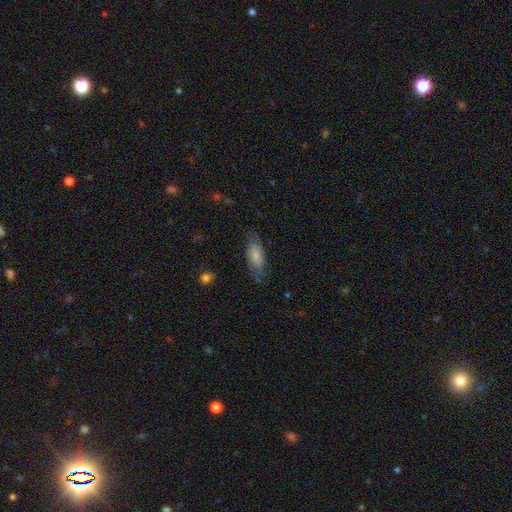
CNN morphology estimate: This appears to be a smooth galaxy with no disk features (73%) that is in between round and cigar-shaped (81%). Merging: none (66%).